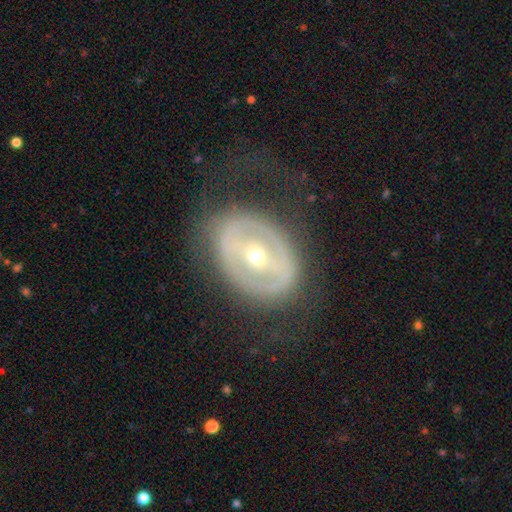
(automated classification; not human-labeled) smooth_or_featured: featured or disk (p=0.74) [alt: smooth p=0.19]
disk_edge_on: no (p=0.93) [alt: yes p=0.07]
bar: strong (p=0.37) [alt: no p=0.35]
has_spiral_arms: no (p=0.72) [alt: yes p=0.28]
bulge_size: small (p=0.59) [alt: moderate p=0.38]
merging: none (p=0.64) [alt: major disturbance p=0.18]